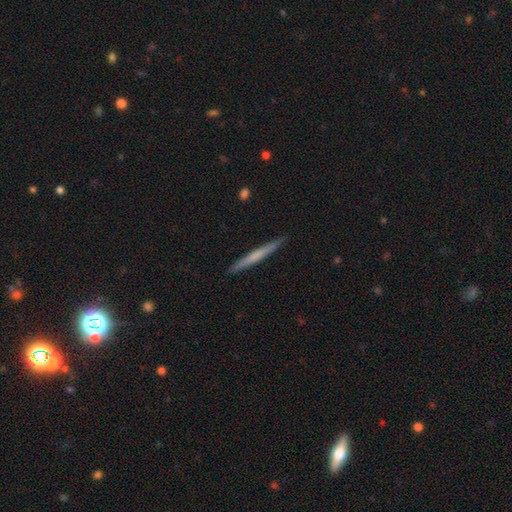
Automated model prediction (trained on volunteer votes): Q: Smooth or featured?
A: smooth (53%); runner-up: featured or disk (42%)
Q: How rounded?
A: cigar-shaped (97%); runner-up: in between (2%)
Q: Merging?
A: none (91%); runner-up: minor disturbance (6%)